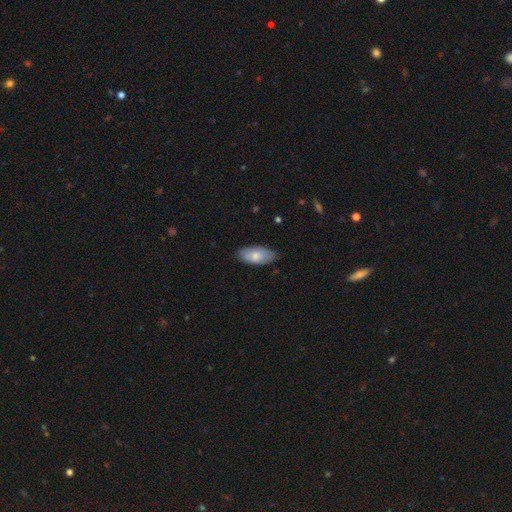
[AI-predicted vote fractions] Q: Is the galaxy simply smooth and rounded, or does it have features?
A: smooth — 76%.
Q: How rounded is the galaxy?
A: in between — 92%.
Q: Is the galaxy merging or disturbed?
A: none — 81%.